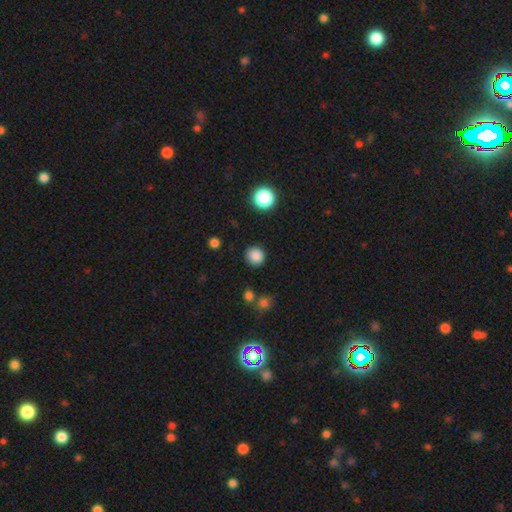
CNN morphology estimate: Q: Smooth or featured?
A: smooth (86%); runner-up: star or artifact (11%)
Q: How rounded?
A: round (89%); runner-up: in between (10%)
Q: Merging?
A: none (88%); runner-up: minor disturbance (8%)